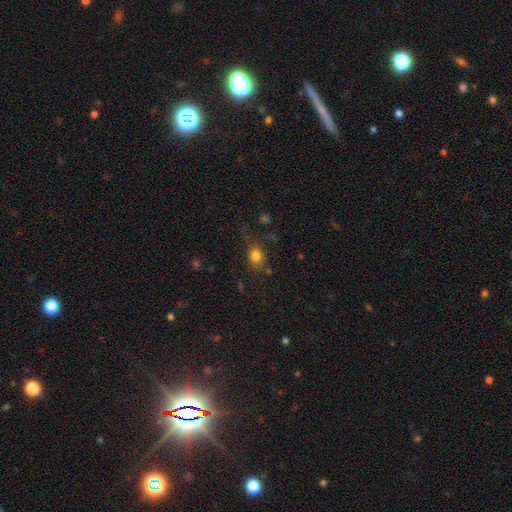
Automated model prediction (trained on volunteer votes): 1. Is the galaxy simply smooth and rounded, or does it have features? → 79% smooth, 13% star or artifact, 8% featured or disk.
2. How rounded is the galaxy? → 52% round, 47% in between, 1% cigar-shaped.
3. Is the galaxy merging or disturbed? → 73% none, 17% minor disturbance, 7% major disturbance, 4% merger.